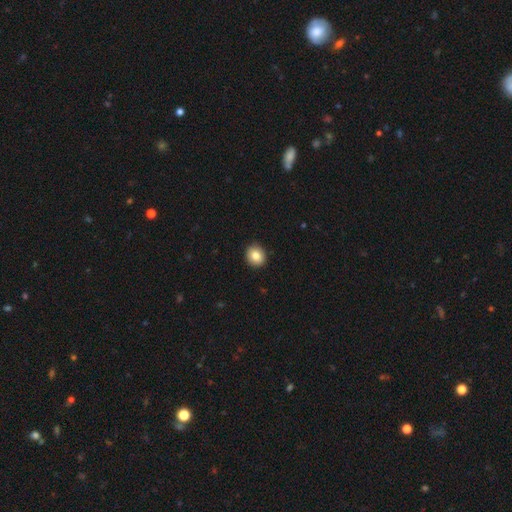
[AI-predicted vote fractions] smooth-or-featured: smooth: 83% | star or artifact: 9% | featured or disk: 8%
  how-rounded: round: 73% | in between: 26% | cigar-shaped: 1%
  merging: none: 91% | minor disturbance: 6% | major disturbance: 2% | merger: 1%